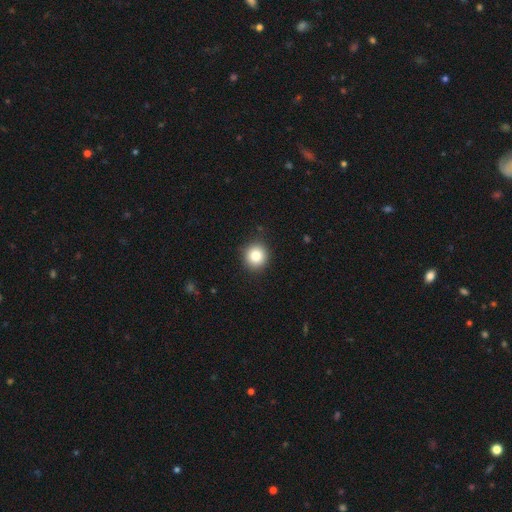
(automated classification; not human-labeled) The model was most divided on "smooth or featured": smooth: 84%, star or artifact: 10%, featured or disk: 6%. More confident: how rounded — round (91%); merging — none (90%).